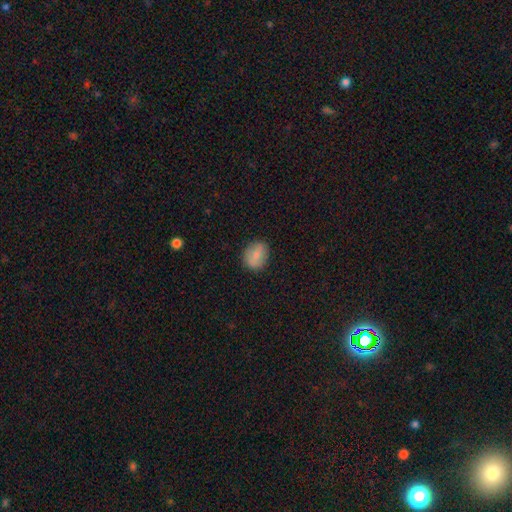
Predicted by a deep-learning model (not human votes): Smooth or featured? smooth (74%)
How rounded? round (53%)
Merging? none (83%)